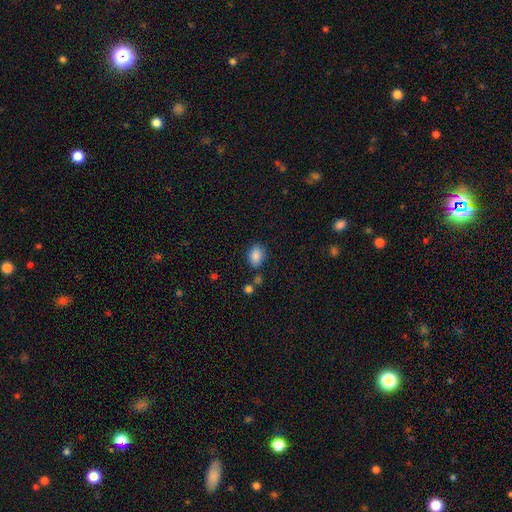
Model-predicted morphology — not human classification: smooth_or_featured: smooth (p=0.87) [alt: star or artifact p=0.08]
how_rounded: in between (p=0.77) [alt: round p=0.21]
merging: none (p=0.76) [alt: minor disturbance p=0.15]